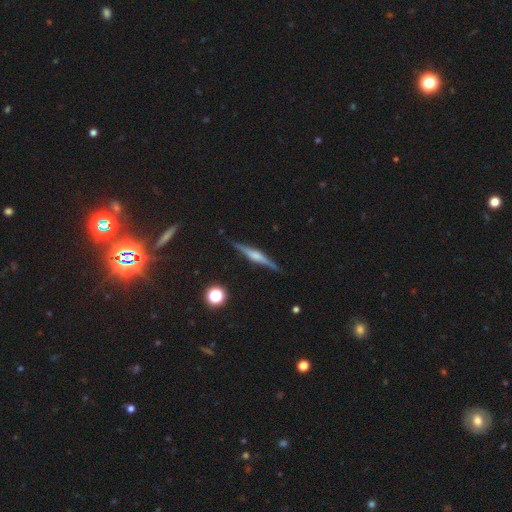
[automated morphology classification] This is likely a featured or disk galaxy (78%). It is clearly viewed edge-on (98%). Edge-on bulge: likely rounded (71%). Merging: clearly none (89%).